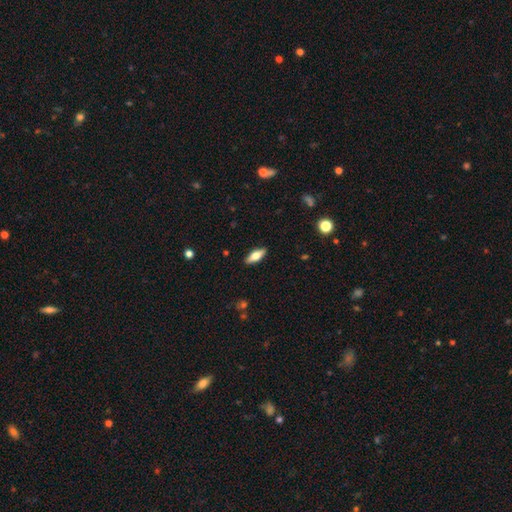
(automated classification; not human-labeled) This appears to be a smooth galaxy with no disk features (57%) that is in between round and cigar-shaped (67%). Merging: none (89%).